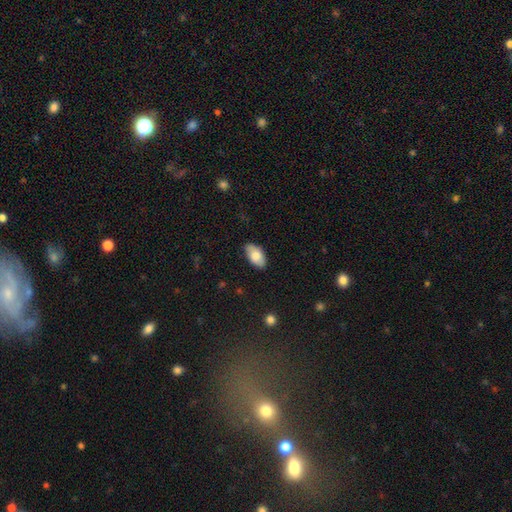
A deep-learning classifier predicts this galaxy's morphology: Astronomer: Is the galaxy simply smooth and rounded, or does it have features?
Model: smooth — 81%.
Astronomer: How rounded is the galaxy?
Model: in between — 94%.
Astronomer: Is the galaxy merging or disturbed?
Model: none — 80%.